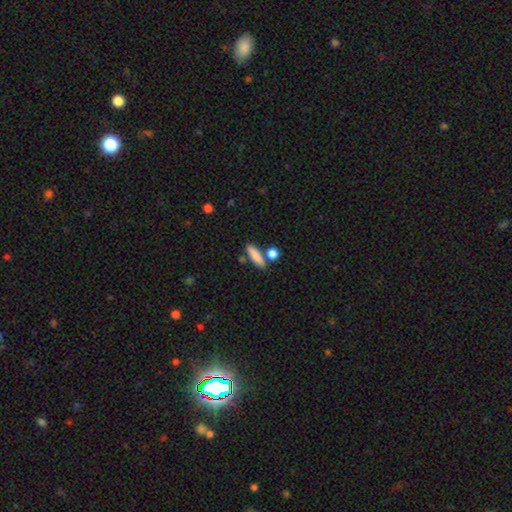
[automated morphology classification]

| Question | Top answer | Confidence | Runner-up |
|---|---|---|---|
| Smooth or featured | smooth | 85% | featured or disk (9%) |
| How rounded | cigar-shaped | 56% | in between (39%) |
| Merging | none | 71% | merger (14%) |